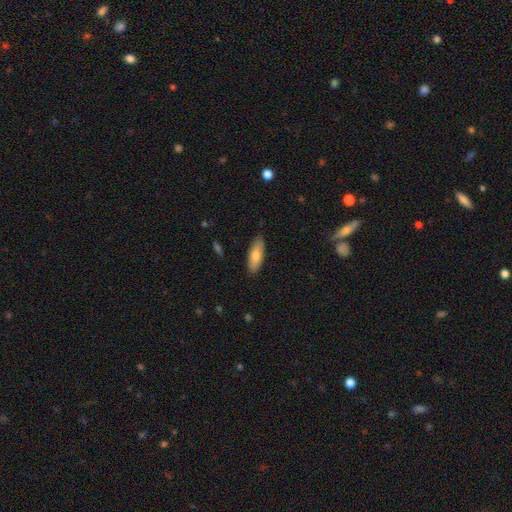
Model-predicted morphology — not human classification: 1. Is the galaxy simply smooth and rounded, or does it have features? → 77% smooth, 17% featured or disk, 6% star or artifact.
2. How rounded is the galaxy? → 70% in between, 28% cigar-shaped, 2% round.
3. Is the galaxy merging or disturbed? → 84% none, 12% minor disturbance, 2% major disturbance, 1% merger.